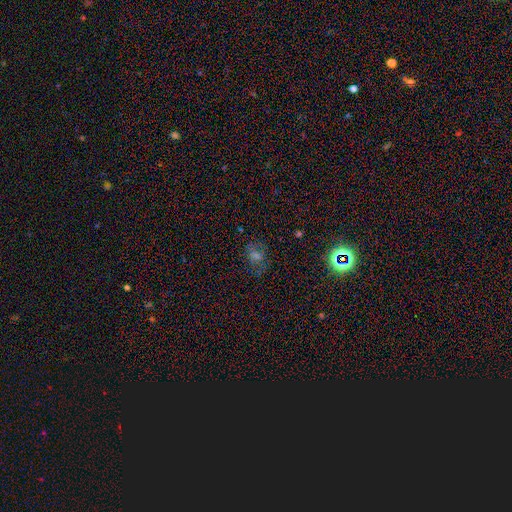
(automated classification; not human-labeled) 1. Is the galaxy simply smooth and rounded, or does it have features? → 45% star or artifact, 32% smooth, 23% featured or disk.